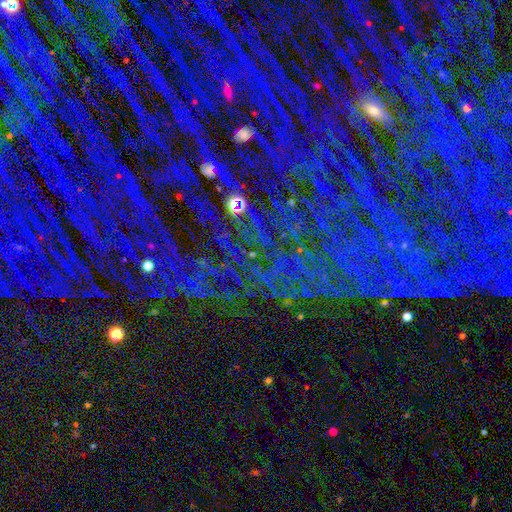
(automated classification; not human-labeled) This is clearly a star or artifact rather than a galaxy (86%).